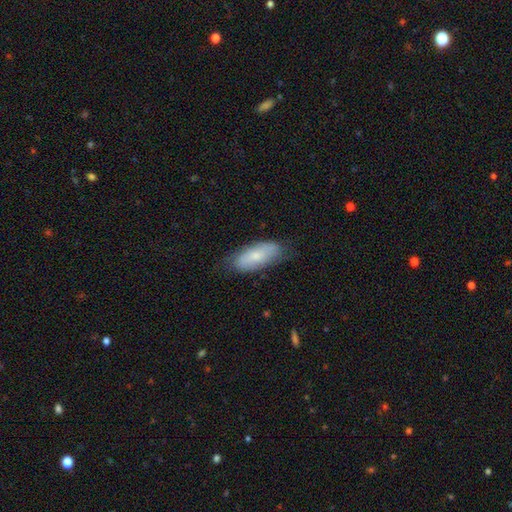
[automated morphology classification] This appears to be a smooth galaxy with no disk features (68%) that is in between round and cigar-shaped (82%). Merging: none (71%).